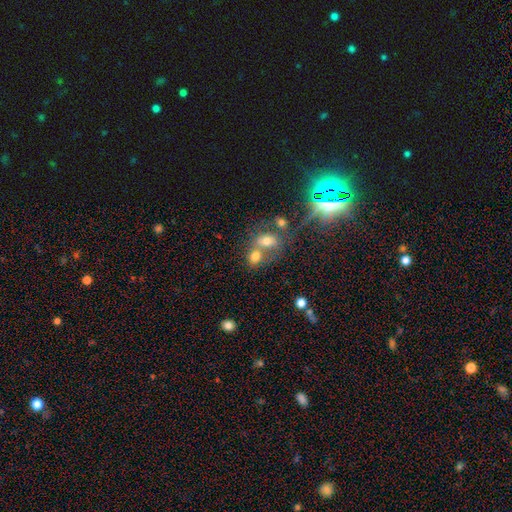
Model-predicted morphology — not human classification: This appears to be a smooth galaxy with no disk features (58%) that is round (49%, tied with in between). Merging: merger (57%).